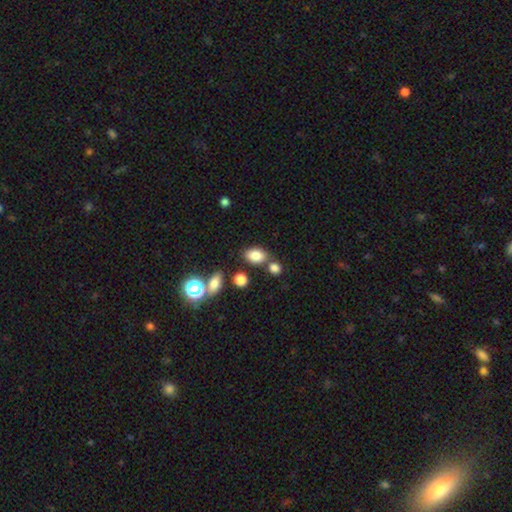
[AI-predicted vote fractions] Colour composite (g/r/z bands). It shows a smooth galaxy with no disk features (83%) that is in between round and cigar-shaped (83%). Merging: none (69%).